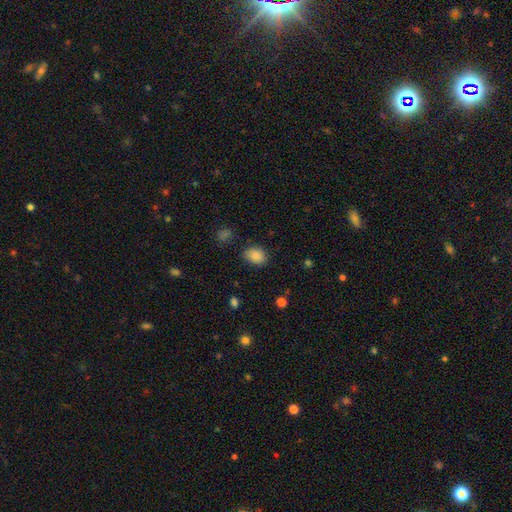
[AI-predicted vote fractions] smooth 87%, star or artifact 9%, featured or disk 4%. Down the decision tree: how rounded — in between (65%); merging — none (76%).